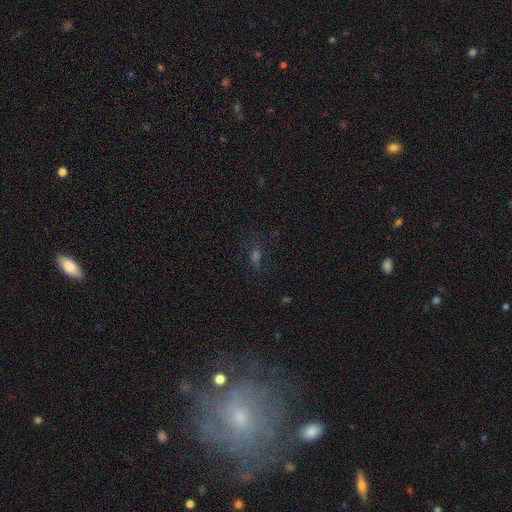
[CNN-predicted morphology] The model was most divided on "smooth or featured": star or artifact: 39%, smooth: 38%, featured or disk: 22%.